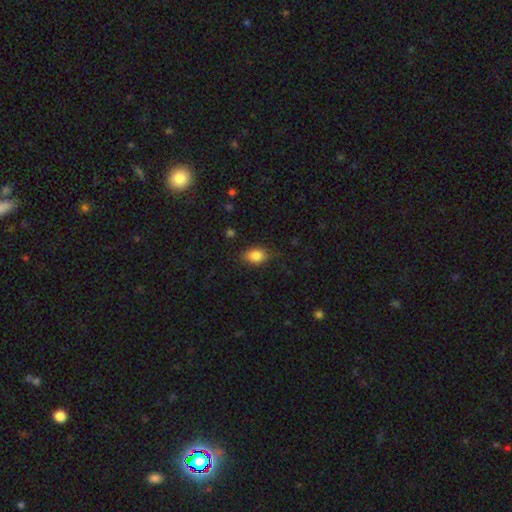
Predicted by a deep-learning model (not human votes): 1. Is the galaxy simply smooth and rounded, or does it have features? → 85% smooth, 9% star or artifact, 7% featured or disk.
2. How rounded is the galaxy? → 79% in between, 19% round, 2% cigar-shaped.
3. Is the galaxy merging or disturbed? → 77% none, 18% minor disturbance, 4% major disturbance, 1% merger.